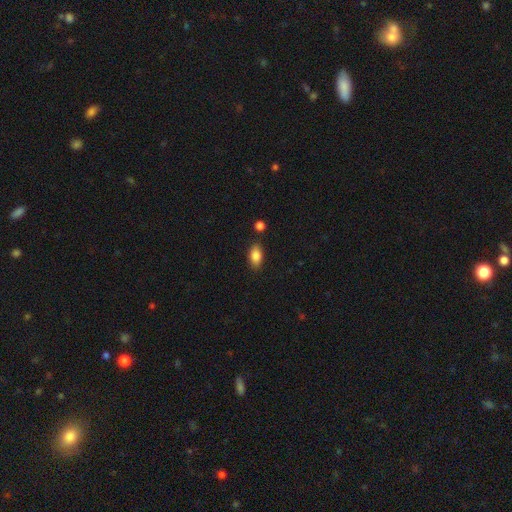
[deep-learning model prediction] smooth_or_featured: smooth (p=0.85) [alt: star or artifact p=0.08]
how_rounded: in between (p=0.89) [alt: round p=0.07]
merging: none (p=0.84) [alt: minor disturbance p=0.10]